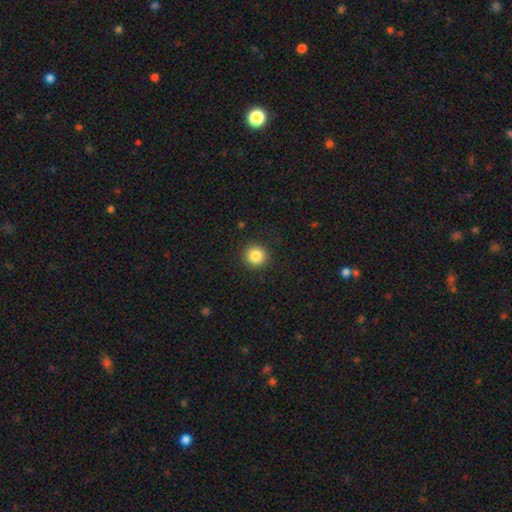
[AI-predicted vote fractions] Smooth or featured: smooth — 85% (star or artifact — 10%)
How rounded: round — 93% (in between — 6%)
Merging: none — 92% (minor disturbance — 5%)